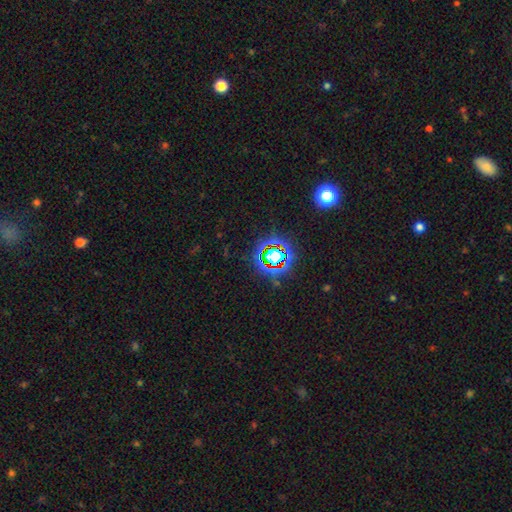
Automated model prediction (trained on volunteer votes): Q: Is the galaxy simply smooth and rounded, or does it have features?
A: star or artifact — 78%.